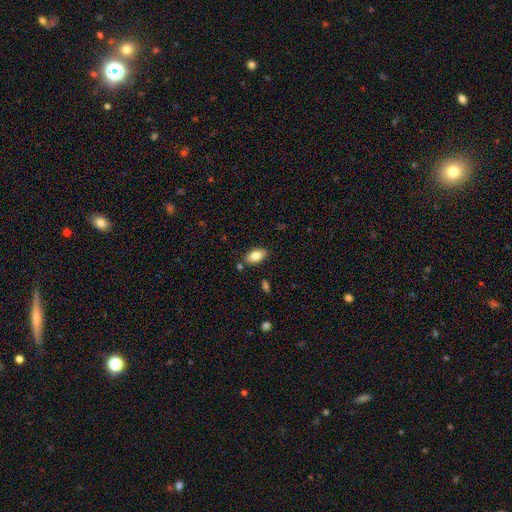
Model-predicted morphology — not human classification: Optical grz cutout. It shows a smooth galaxy with no disk features (81%) that is in between round and cigar-shaped (92%). Merging: none (82%).